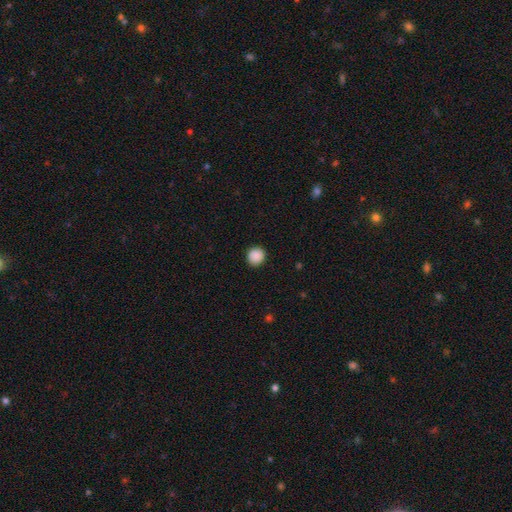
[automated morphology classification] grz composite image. It shows a smooth galaxy with no disk features (89%) that is round (91%). Merging: none (91%).